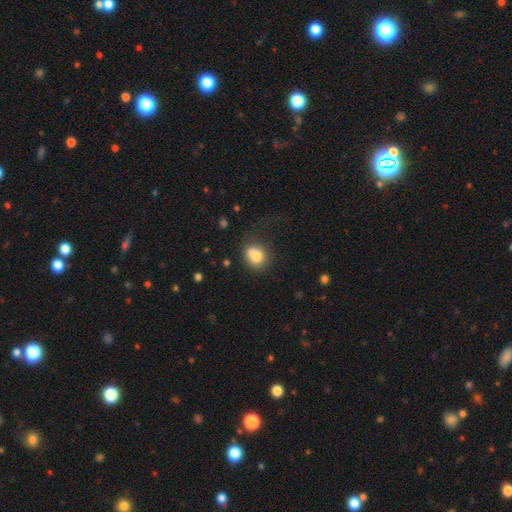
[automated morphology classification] This appears to be a smooth galaxy with no disk features (74%) that is round (67%). Merging: none (42%).